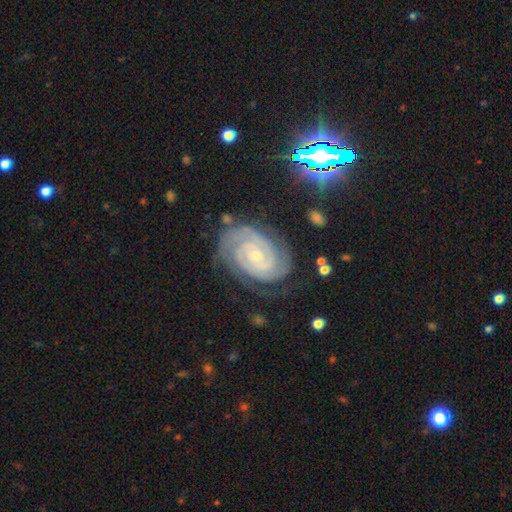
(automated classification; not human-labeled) Q: Smooth or featured?
A: featured or disk (90%); runner-up: star or artifact (6%)
Q: Edge-on disk?
A: no (98%); runner-up: yes (2%)
Q: Bar?
A: no (63%); runner-up: weak (27%)
Q: Spiral arms?
A: yes (98%); runner-up: no (2%)
Q: Spiral winding?
A: tight (82%); runner-up: medium (16%)
Q: Spiral arm count?
A: 2 (70%); runner-up: 3 (12%)
Q: Bulge size?
A: small (75%); runner-up: moderate (21%)
Q: Merging?
A: none (76%); runner-up: minor disturbance (17%)